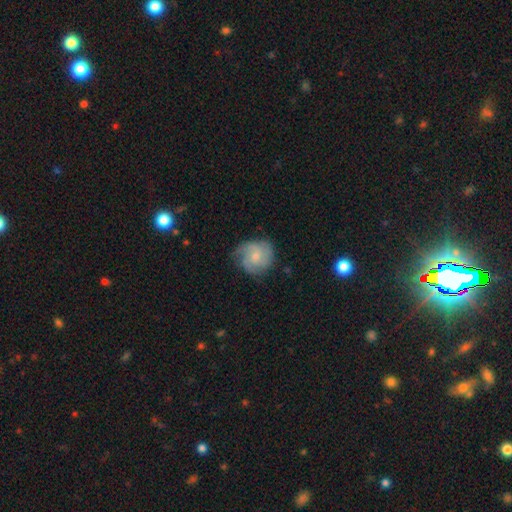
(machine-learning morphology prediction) type=featured or disk (61%); edge-on=no (98%); bar=no (68%); spiral arms=yes (91%); winding=tight (47%); arm count=3 (37%); bulge=small (53%); merging=none (69%).